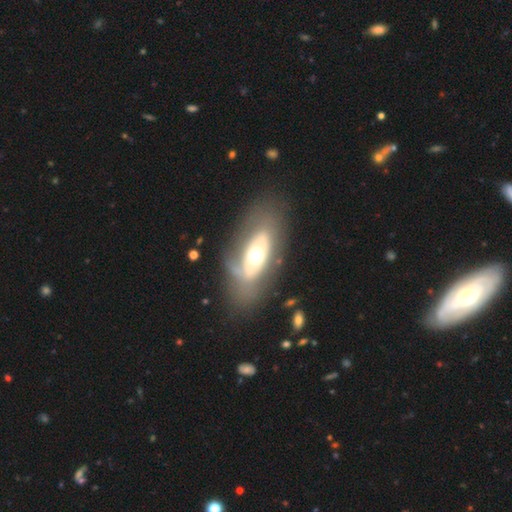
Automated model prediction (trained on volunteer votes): featured or disk 65%, smooth 29%, star or artifact 6%. Down the decision tree: edge-on disk — no (88%); bar — no (81%); spiral arms — no (69%); bulge size — moderate (64%); merging — none (63%).